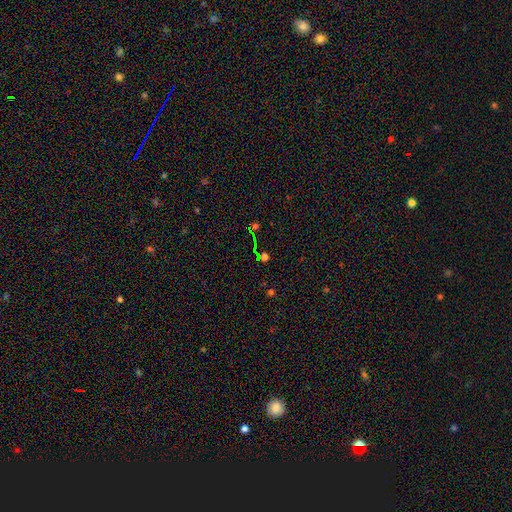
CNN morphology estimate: This appears to be a star or artifact, not a galaxy (69%).